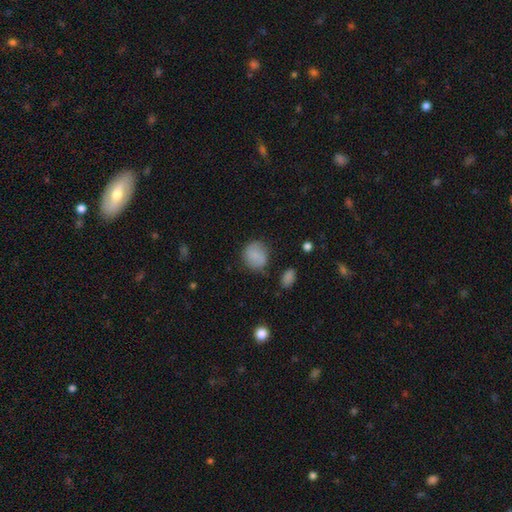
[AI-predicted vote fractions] Smooth or featured? Predicted: smooth (p=0.79). How rounded? Predicted: round (p=0.78). Merging? Predicted: none (p=0.74).